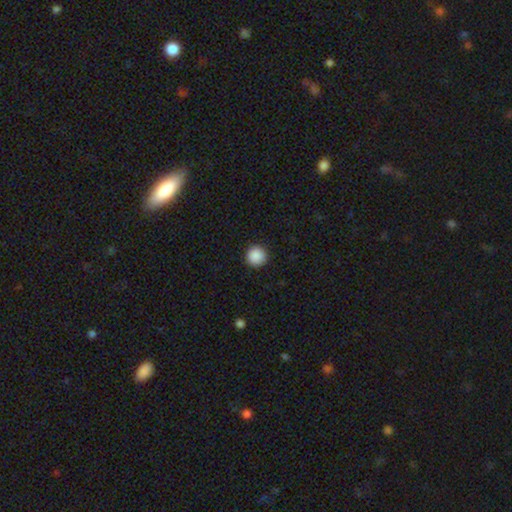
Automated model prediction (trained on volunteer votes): Smooth or featured: smooth — 89% (star or artifact — 9%)
How rounded: round — 96% (in between — 3%)
Merging: none — 93% (minor disturbance — 5%)